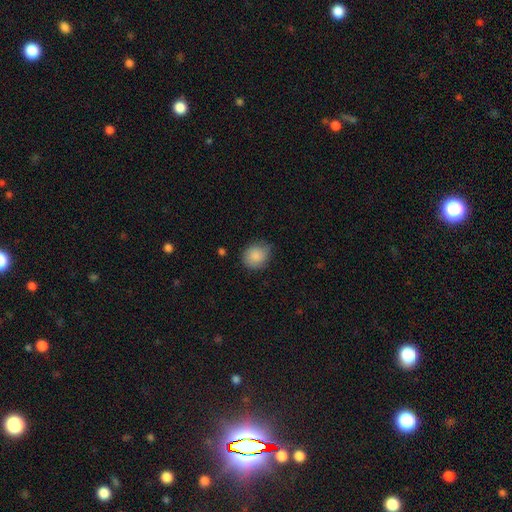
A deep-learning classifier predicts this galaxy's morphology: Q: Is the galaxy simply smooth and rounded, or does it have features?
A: smooth — 86%.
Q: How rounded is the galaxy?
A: round — 69%.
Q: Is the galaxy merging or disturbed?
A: none — 68%.